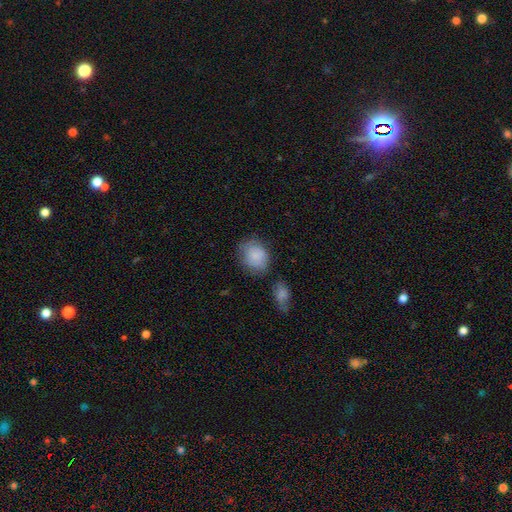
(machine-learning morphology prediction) The model was most divided on "how rounded": round: 51%, in between: 48%, cigar-shaped: 1%. More confident: smooth or featured — smooth (82%); merging — none (65%).